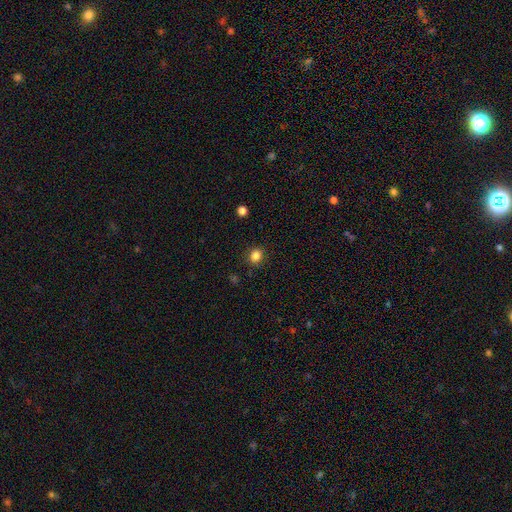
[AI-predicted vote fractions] smooth 84%, star or artifact 12%, featured or disk 4%. Down the decision tree: how rounded — round (60%); merging — none (86%).